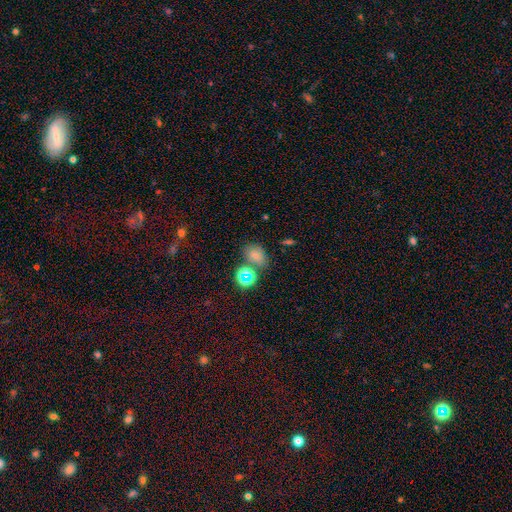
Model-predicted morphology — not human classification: The model was most divided on "how rounded": in between: 66%, round: 32%, cigar-shaped: 1%. More confident: smooth or featured — smooth (70%); merging — none (65%).